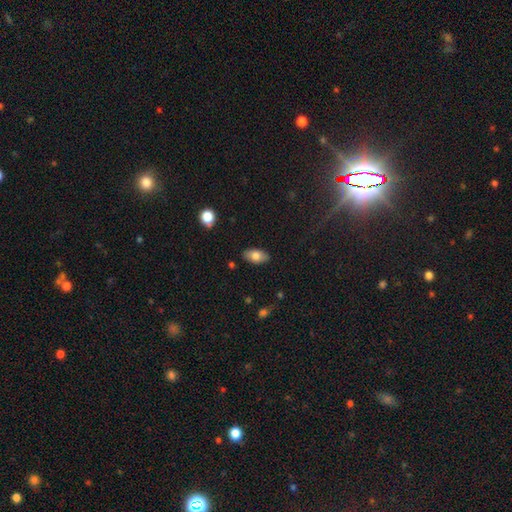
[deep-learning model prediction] smooth_or_featured: smooth (p=0.77) [alt: featured or disk p=0.15]
how_rounded: in between (p=0.93) [alt: round p=0.04]
merging: none (p=0.86) [alt: minor disturbance p=0.10]